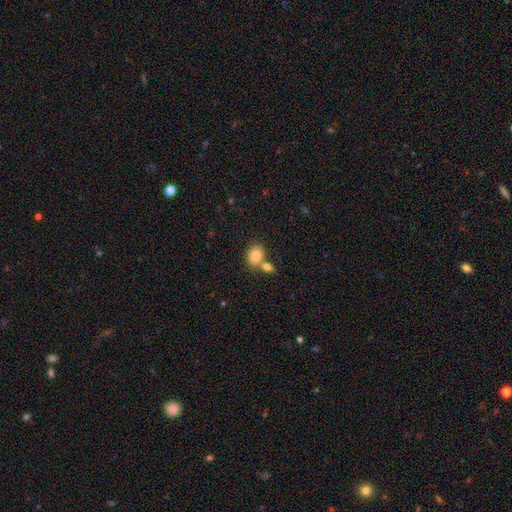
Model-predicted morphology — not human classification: Q: Smooth or featured?
A: smooth (83%); runner-up: star or artifact (9%)
Q: How rounded?
A: in between (69%); runner-up: round (30%)
Q: Merging?
A: none (54%); runner-up: merger (32%)